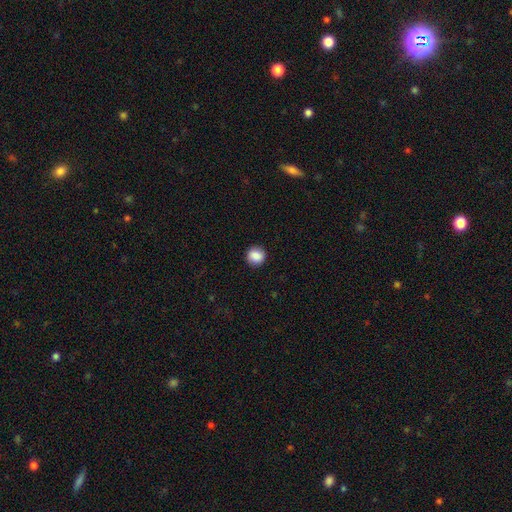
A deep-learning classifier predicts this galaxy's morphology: Smooth or featured? smooth (87%)
How rounded? round (91%)
Merging? none (91%)